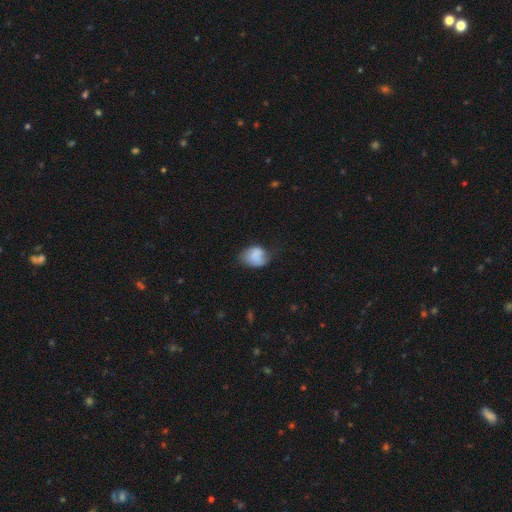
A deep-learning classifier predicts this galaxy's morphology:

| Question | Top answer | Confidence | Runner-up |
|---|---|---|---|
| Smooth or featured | smooth | 76% | featured or disk (16%) |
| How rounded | in between | 57% | round (42%) |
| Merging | none | 43% | minor disturbance (36%) |